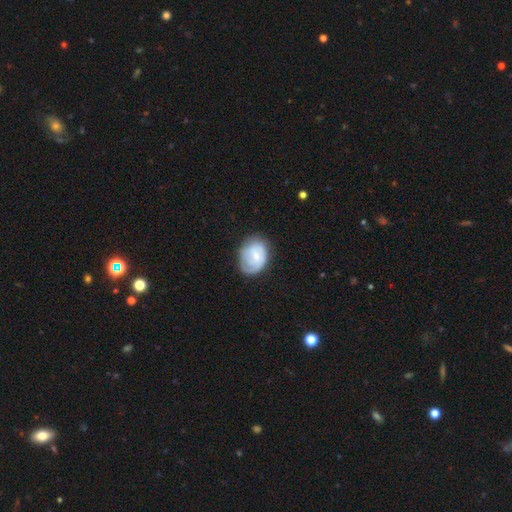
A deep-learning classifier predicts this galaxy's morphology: Smooth or featured? smooth (48%)
Merging? none (60%)